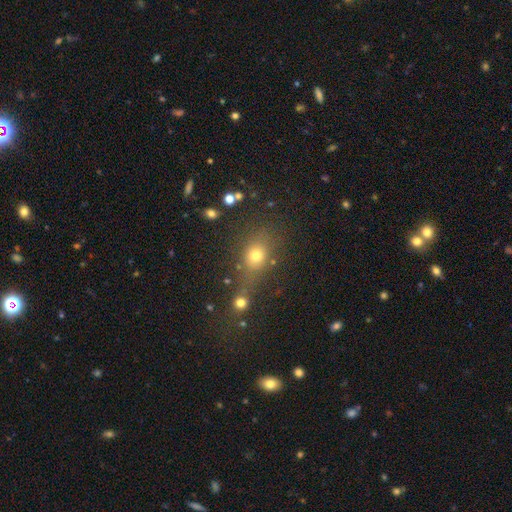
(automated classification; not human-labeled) Morphology: type=smooth (65%); roundness=round (51%); merging=none (55%).